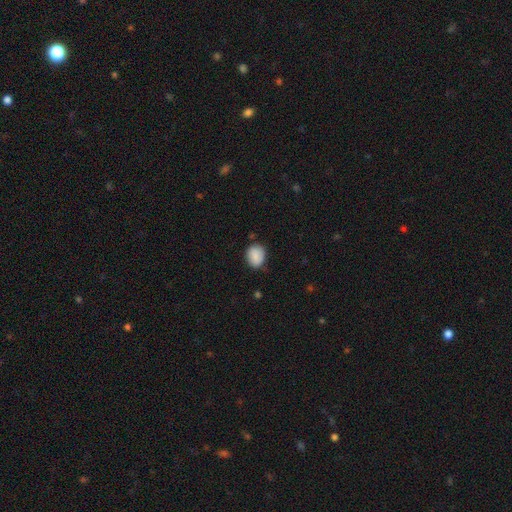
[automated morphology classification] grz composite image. It shows a smooth galaxy with no disk features (86%) that is round (55%). Merging: none (75%).